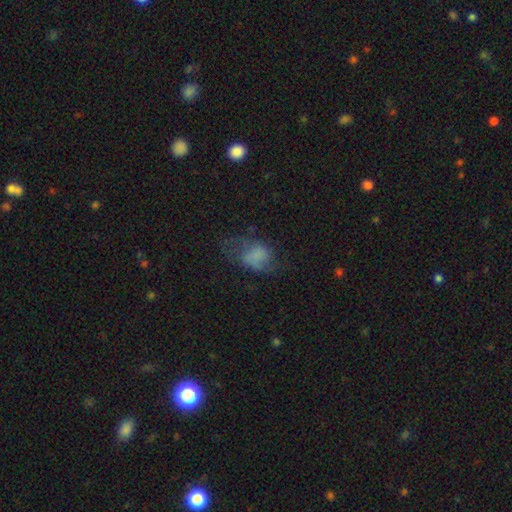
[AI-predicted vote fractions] Smooth or featured? smooth (59%)
How rounded? in between (73%)
Merging? none (40%)